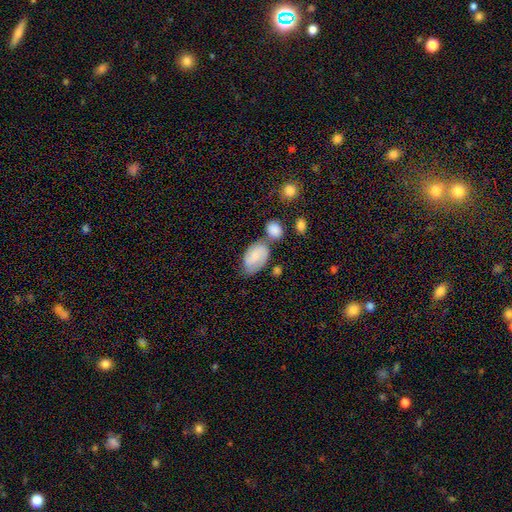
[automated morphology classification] Smooth or featured?
  - smooth: 64% *
  - featured or disk: 28%
  - star or artifact: 8%
How rounded?
  - in between: 90% *
  - round: 8%
  - cigar-shaped: 2%
Merging?
  - none: 46% *
  - merger: 25%
  - minor disturbance: 22%
  - major disturbance: 7%